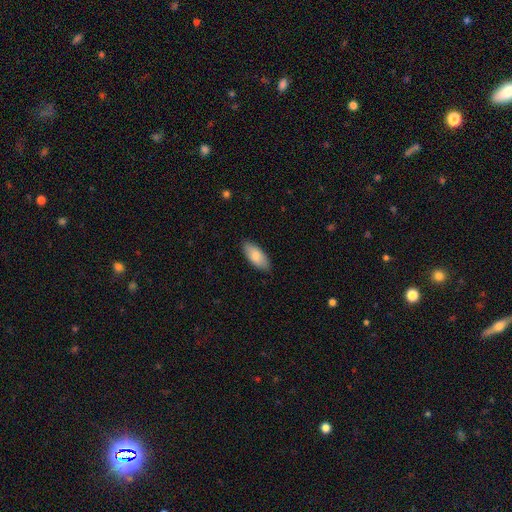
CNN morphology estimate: smooth 84%, featured or disk 10%, star or artifact 6%. Down the decision tree: how rounded — in between (86%); merging — none (86%).